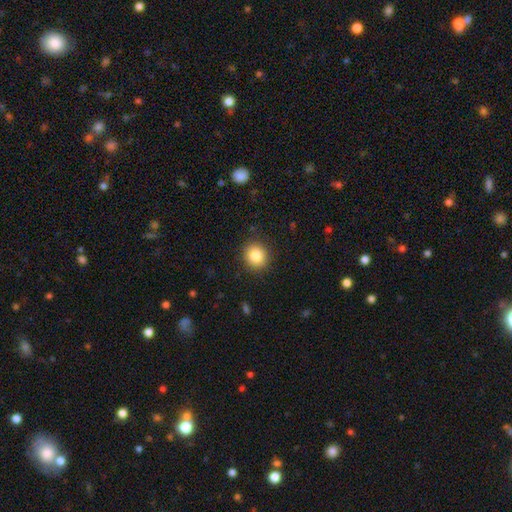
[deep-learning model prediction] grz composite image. It shows a smooth galaxy with no disk features (84%) that is round (82%). Merging: none (90%).